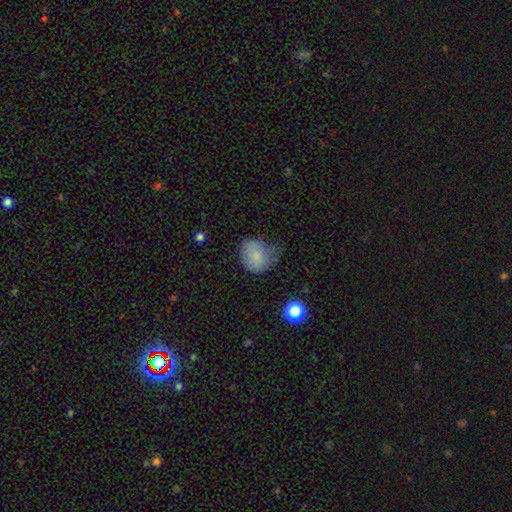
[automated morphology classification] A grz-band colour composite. It shows a smooth galaxy with no disk features (79%) that is round (66%). Merging: minor disturbance (40%).